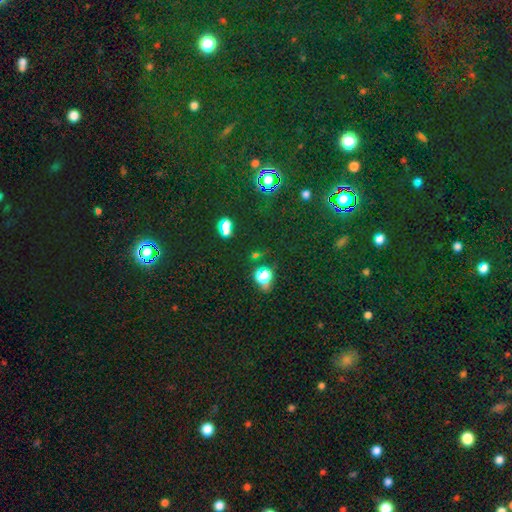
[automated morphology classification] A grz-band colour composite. It shows a star or artifact, not a galaxy (53%).